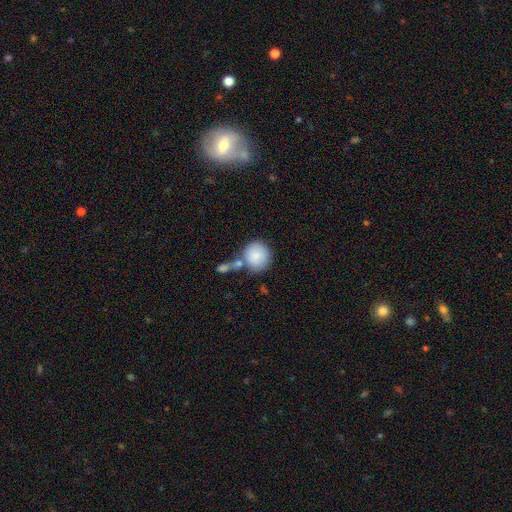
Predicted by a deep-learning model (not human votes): smooth 85%, featured or disk 8%, star or artifact 7%. Down the decision tree: how rounded — round (90%); merging — none (56%).